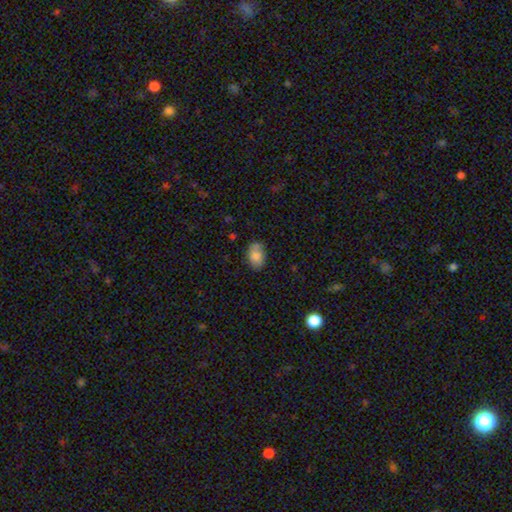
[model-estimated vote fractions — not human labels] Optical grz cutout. It shows a smooth galaxy with no disk features (80%) that is in between round and cigar-shaped (82%). Merging: none (71%).